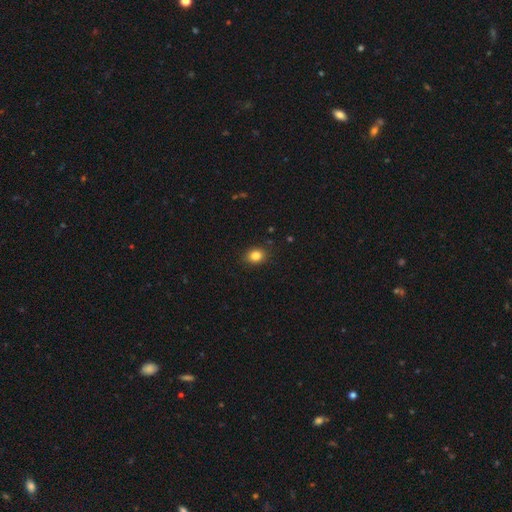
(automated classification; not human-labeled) This is clearly a smooth galaxy (85%). How rounded: possibly round (50%). Merging: clearly none (87%).